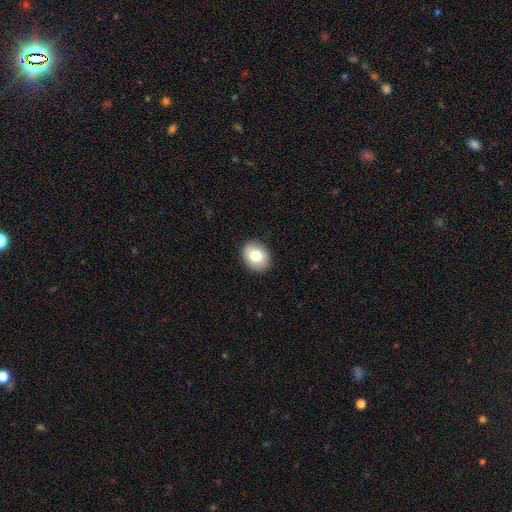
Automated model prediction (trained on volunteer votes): smooth_or_featured: smooth (p=0.79) [alt: featured or disk p=0.13]
how_rounded: in between (p=0.57) [alt: round p=0.42]
merging: none (p=0.89) [alt: minor disturbance p=0.08]